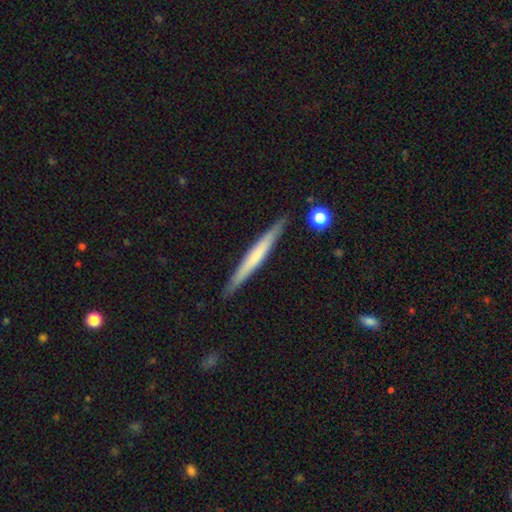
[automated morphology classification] Smooth or featured: smooth — 49% (featured or disk — 46%)
Merging: none — 90% (minor disturbance — 7%)